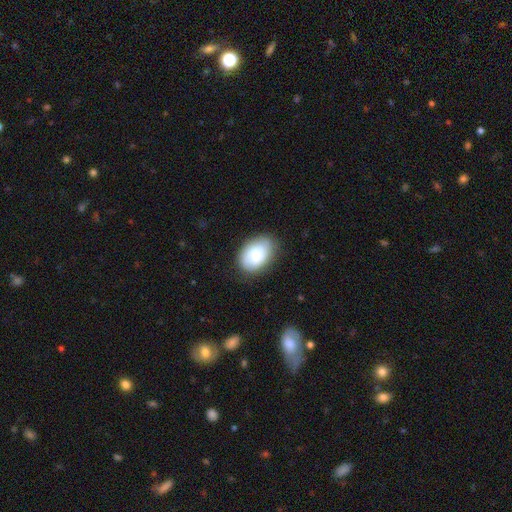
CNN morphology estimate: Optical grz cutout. It shows a smooth galaxy with no disk features (64%) that is in between round and cigar-shaped (80%). Merging: none (78%).